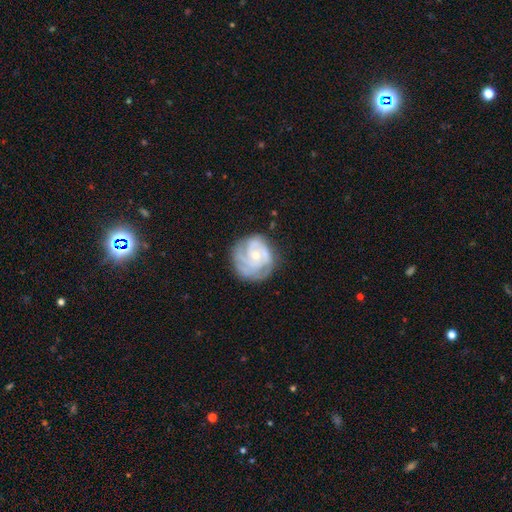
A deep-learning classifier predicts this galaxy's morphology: Q: Smooth or featured?
A: featured or disk (80%); runner-up: smooth (14%)
Q: Edge-on disk?
A: no (98%); runner-up: yes (2%)
Q: Bar?
A: no (76%); runner-up: weak (20%)
Q: Spiral arms?
A: yes (92%); runner-up: no (8%)
Q: Spiral winding?
A: tight (63%); runner-up: medium (30%)
Q: Spiral arm count?
A: 3 (33%); runner-up: can't tell (27%)
Q: Bulge size?
A: small (60%); runner-up: moderate (35%)
Q: Merging?
A: none (67%); runner-up: minor disturbance (21%)